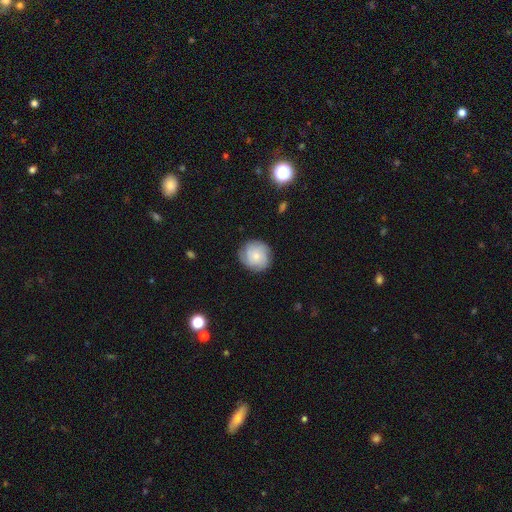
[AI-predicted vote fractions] The model was most divided on "smooth or featured": smooth: 47%, featured or disk: 45%, star or artifact: 8%. More confident: merging — none (80%).